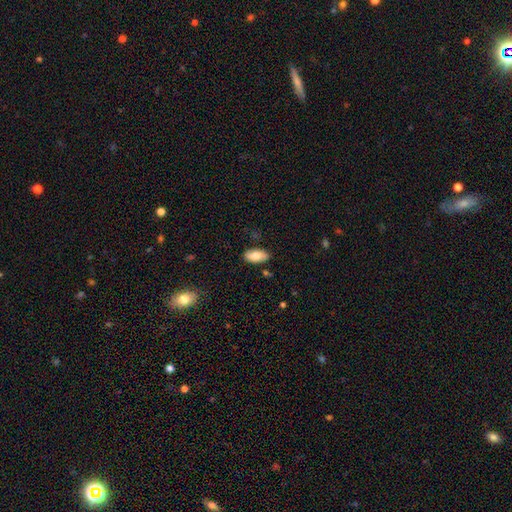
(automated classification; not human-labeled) The model was most divided on "smooth or featured": smooth: 78%, featured or disk: 15%, star or artifact: 7%. More confident: how rounded — in between (92%); merging — none (83%).